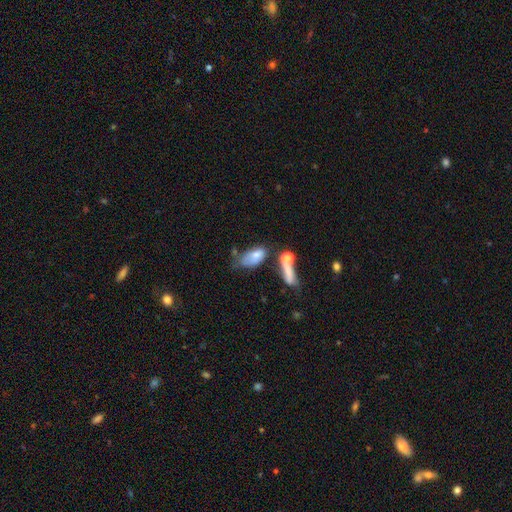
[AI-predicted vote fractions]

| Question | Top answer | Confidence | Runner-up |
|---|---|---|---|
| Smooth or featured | smooth | 67% | featured or disk (23%) |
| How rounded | in between | 85% | cigar-shaped (9%) |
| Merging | merger | 33% | none (25%) |